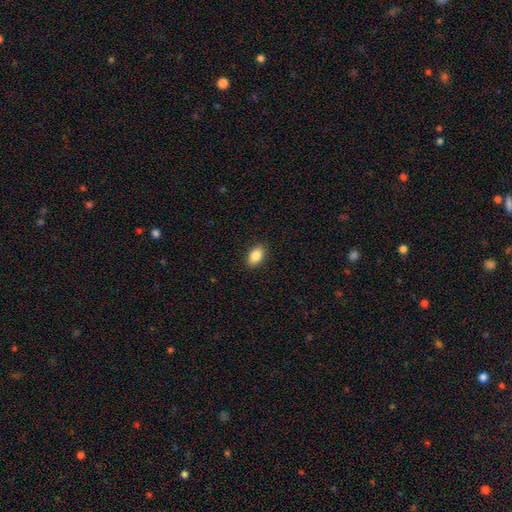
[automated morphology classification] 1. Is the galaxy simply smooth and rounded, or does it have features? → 87% smooth, 8% star or artifact, 5% featured or disk.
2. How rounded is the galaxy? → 88% in between, 11% round, 2% cigar-shaped.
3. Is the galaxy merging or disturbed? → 90% none, 7% minor disturbance, 2% major disturbance, 1% merger.